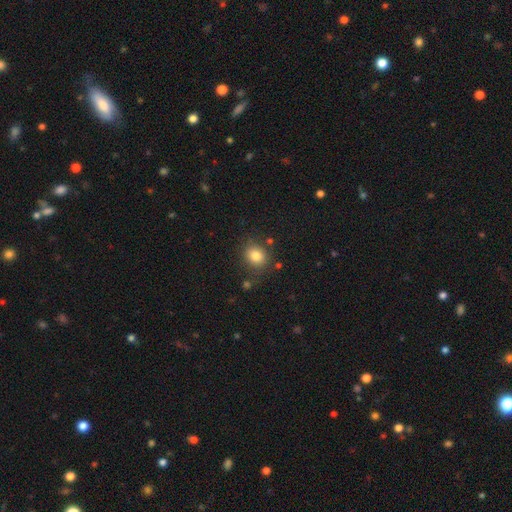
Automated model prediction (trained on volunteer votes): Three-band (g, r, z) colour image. It shows a smooth galaxy with no disk features (82%) that is round (70%). Merging: none (80%).